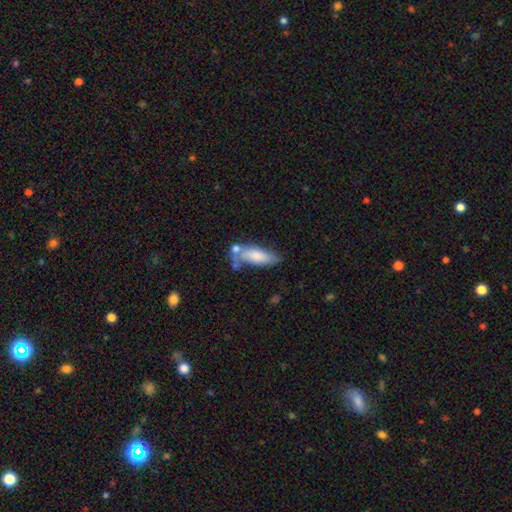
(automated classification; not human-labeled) Smooth or featured? smooth (71%)
How rounded? in between (64%)
Merging? none (41%)